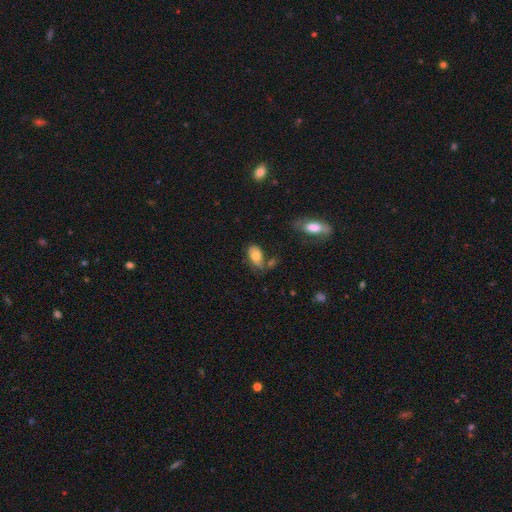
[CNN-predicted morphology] Q: Smooth or featured?
A: smooth (64%); runner-up: featured or disk (27%)
Q: How rounded?
A: in between (89%); runner-up: round (8%)
Q: Merging?
A: none (39%); runner-up: minor disturbance (28%)